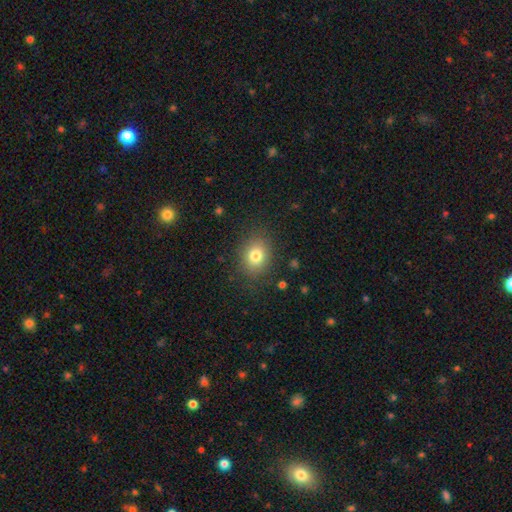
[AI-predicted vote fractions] Morphology: type=smooth (79%); roundness=round (52%); merging=none (84%).